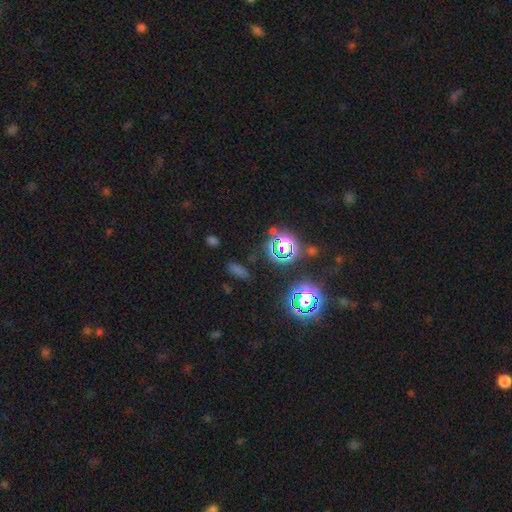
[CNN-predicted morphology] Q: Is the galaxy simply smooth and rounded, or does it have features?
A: star or artifact — 68%.